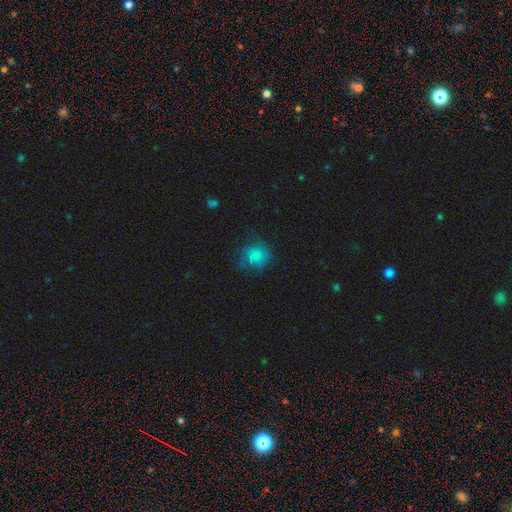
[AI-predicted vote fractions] Overall: smooth (68%). How rounded: round (83%). Merging: none (57%; minor disturbance 26%).